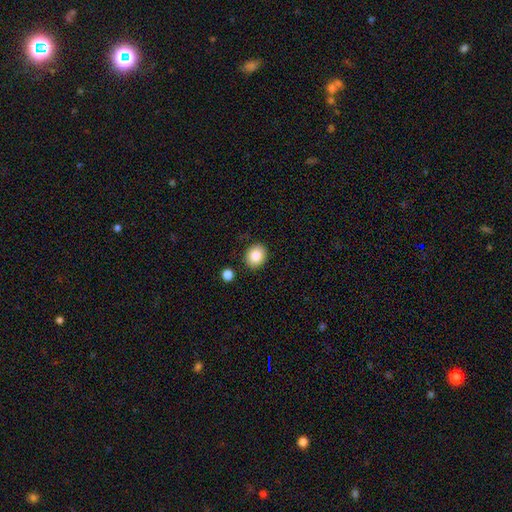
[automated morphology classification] The model was most divided on "how rounded": round: 58%, in between: 41%, cigar-shaped: 1%. More confident: merging — none (88%); smooth or featured — smooth (86%).